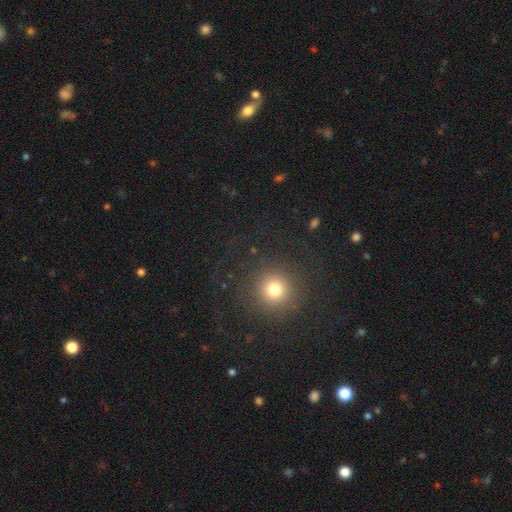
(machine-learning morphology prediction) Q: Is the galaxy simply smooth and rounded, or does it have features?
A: smooth — 57%.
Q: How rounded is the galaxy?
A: round — 95%.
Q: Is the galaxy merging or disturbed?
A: none — 91%.